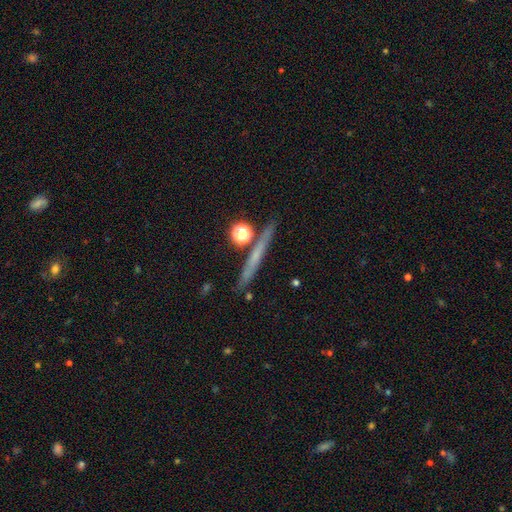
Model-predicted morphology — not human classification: A featured or disk galaxy (48%). Merging: none (84%).